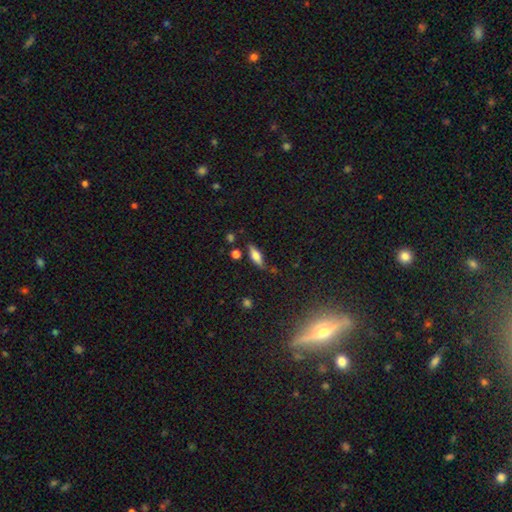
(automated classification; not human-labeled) Smooth or featured? smooth (58%)
How rounded? in between (53%)
Merging? none (75%)